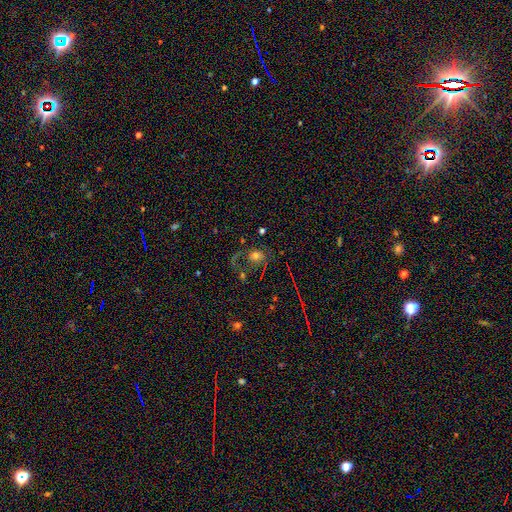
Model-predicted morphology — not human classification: A smooth galaxy with no disk features (45%).

Vote fractions:
- Smooth or featured? smooth: 45% / featured or disk: 37% / star or artifact: 18%
- Merging? none: 37% / major disturbance: 34% / minor disturbance: 16% / merger: 13%